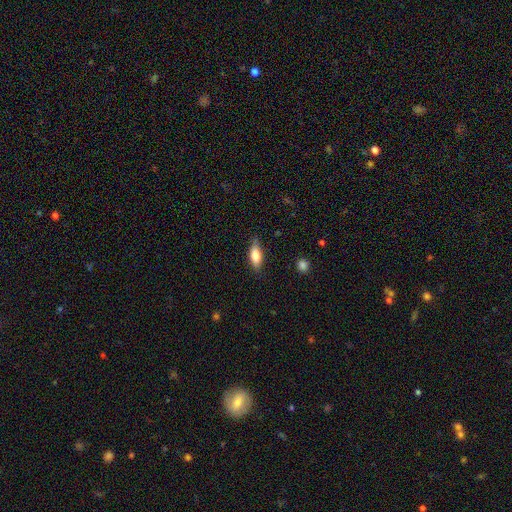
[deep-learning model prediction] A smooth galaxy with no disk features (67%) that is in between round and cigar-shaped (66%). Merging: none (81%).